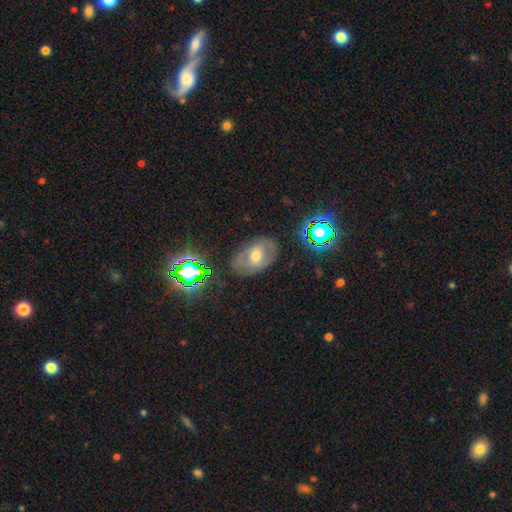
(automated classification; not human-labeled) Smooth or featured: featured or disk — 46% (smooth — 36%)
Merging: none — 77% (minor disturbance — 16%)